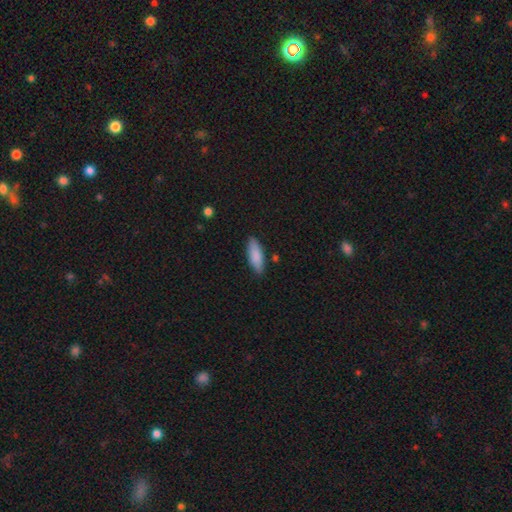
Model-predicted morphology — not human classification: This appears to be a smooth galaxy with no disk features (85%) that is in between round and cigar-shaped (60%). Merging: none (83%).